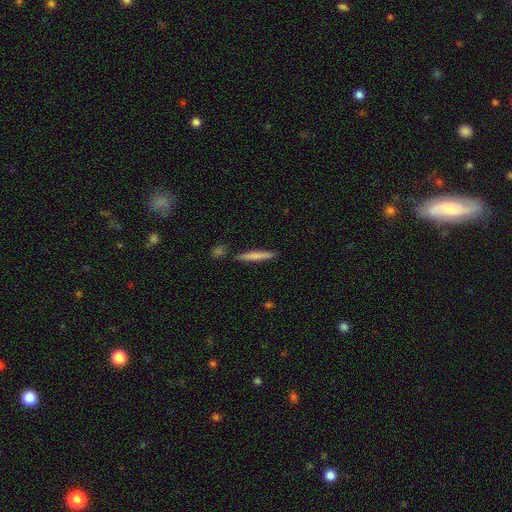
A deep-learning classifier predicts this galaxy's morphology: This is likely a smooth galaxy (69%). How rounded: clearly cigar-shaped (95%). Merging: clearly none (85%).